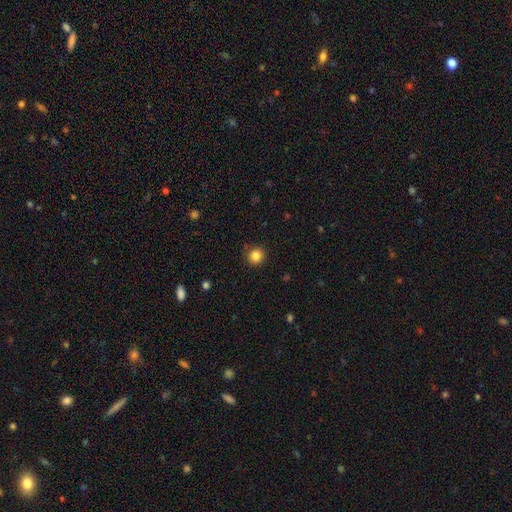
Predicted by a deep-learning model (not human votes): Smooth or featured? Predicted: smooth (p=0.84). How rounded? Predicted: round (p=0.93). Merging? Predicted: none (p=0.89).